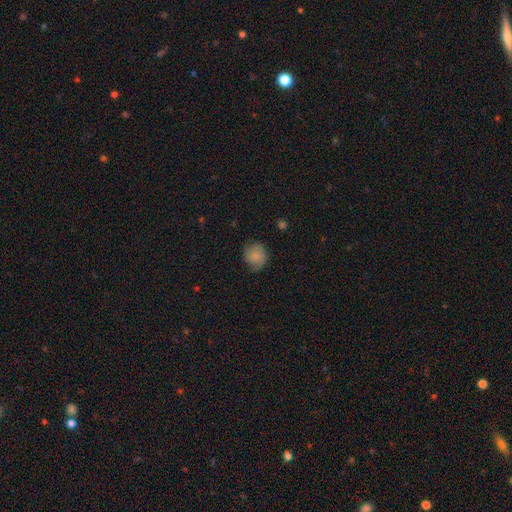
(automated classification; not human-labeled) A smooth galaxy with no disk features (73%) that is round (77%).

Vote fractions:
- Smooth or featured? smooth: 73% / featured or disk: 19% / star or artifact: 9%
- How rounded? round: 77% / in between: 22% / cigar-shaped: 1%
- Merging? none: 68% / minor disturbance: 24% / major disturbance: 7% / merger: 1%